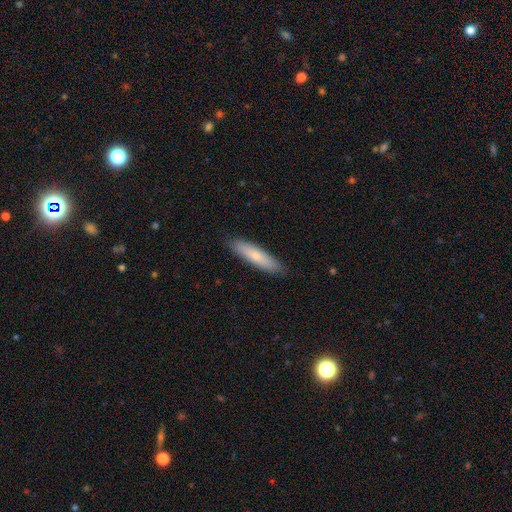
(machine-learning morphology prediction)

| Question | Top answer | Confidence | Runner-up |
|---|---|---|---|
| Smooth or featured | smooth | 73% | featured or disk (21%) |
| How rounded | cigar-shaped | 78% | in between (20%) |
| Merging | none | 89% | minor disturbance (9%) |